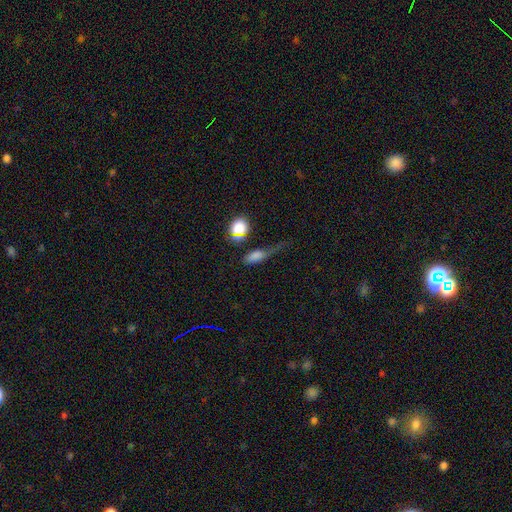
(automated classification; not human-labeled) Smooth or featured? smooth (66%)
How rounded? in between (57%)
Merging? none (41%)